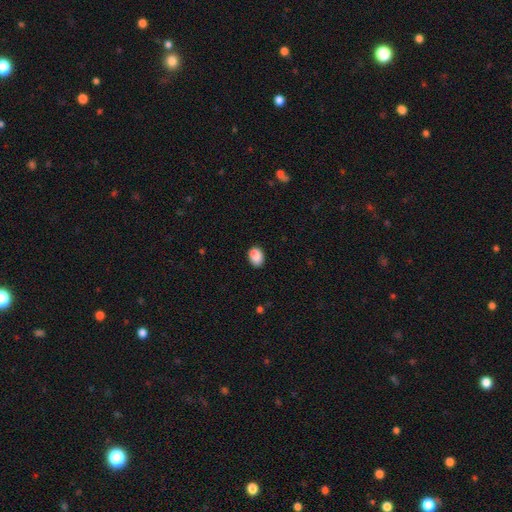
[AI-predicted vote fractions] The model was most divided on "how rounded": in between: 77%, round: 22%, cigar-shaped: 1%. More confident: smooth or featured — smooth (89%); merging — none (84%).